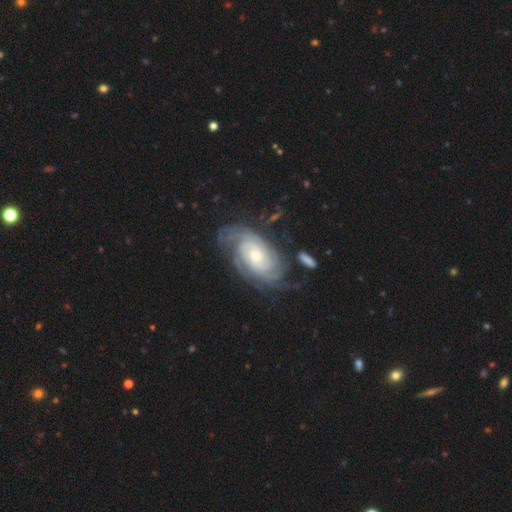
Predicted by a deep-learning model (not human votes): Morphology: type=featured or disk (88%); edge-on=no (96%); bar=no (74%); spiral arms=yes (97%); winding=tight (74%); arm count=can't tell (31%); bulge=small (57%); merging=none (65%).